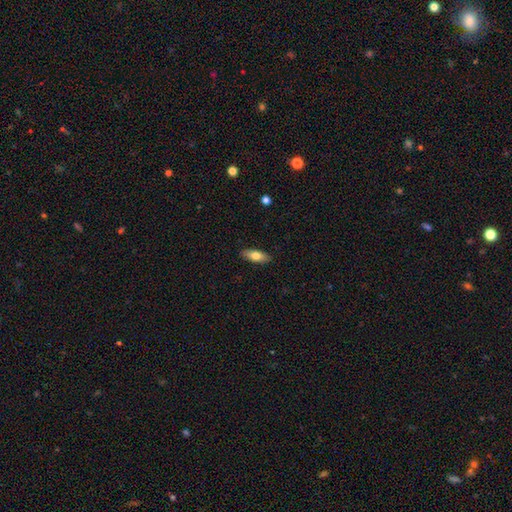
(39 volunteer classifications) Q: Smooth or featured?
A: smooth (79%); runner-up: featured or disk (10%)
Q: How rounded?
A: in between (68%); runner-up: cigar-shaped (29%)
Q: Merging?
A: none (89%); runner-up: minor disturbance (6%)